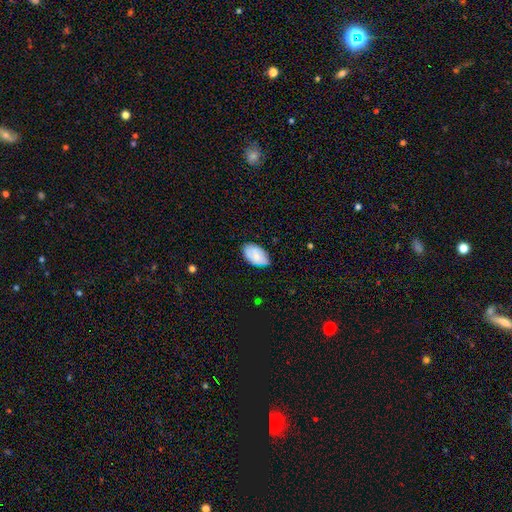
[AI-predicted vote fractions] smooth 77%, featured or disk 16%, star or artifact 7%. Down the decision tree: how rounded — in between (94%); merging — none (72%).